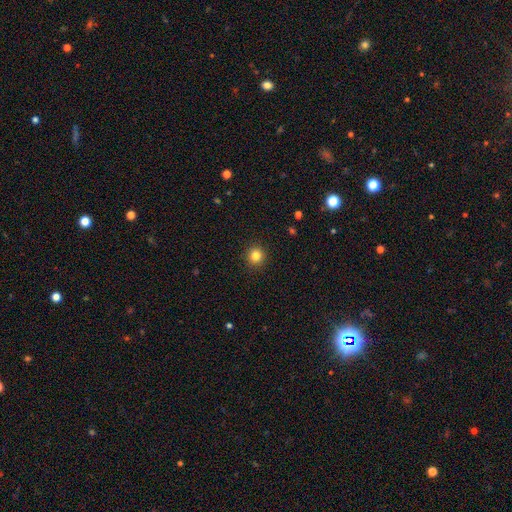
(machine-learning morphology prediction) Smooth or featured? Predicted: smooth (p=0.83). How rounded? Predicted: round (p=0.93). Merging? Predicted: none (p=0.92).